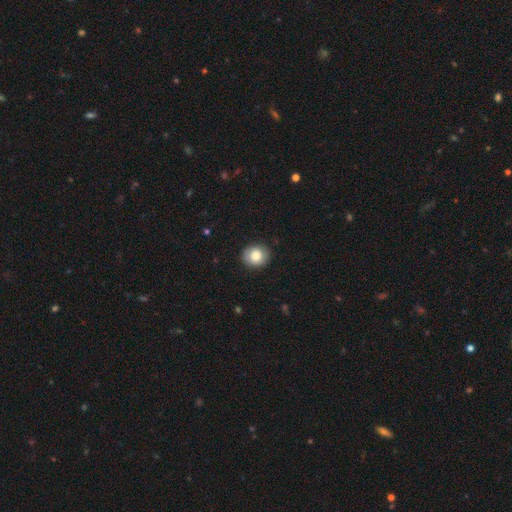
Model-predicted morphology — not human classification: Overall: smooth (81%). How rounded: round (79%). Merging: none (87%).